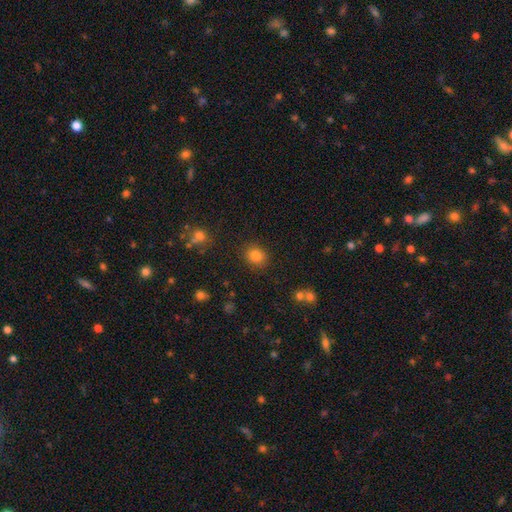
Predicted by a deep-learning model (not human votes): Smooth or featured? Predicted: smooth (p=0.82). How rounded? Predicted: round (p=0.74). Merging? Predicted: none (p=0.86).